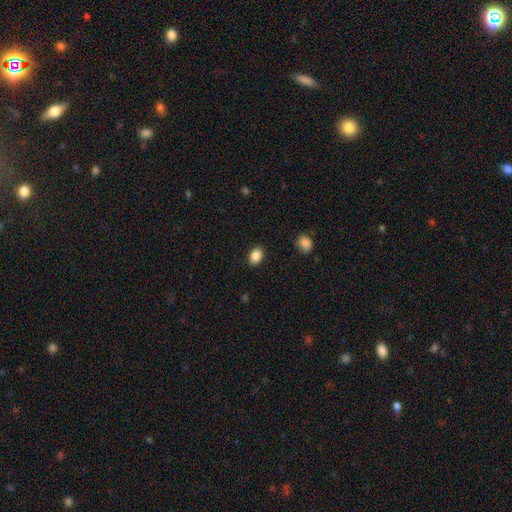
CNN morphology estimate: Smooth or featured: smooth — 87% (star or artifact — 9%)
How rounded: in between — 73% (round — 26%)
Merging: none — 89% (minor disturbance — 8%)